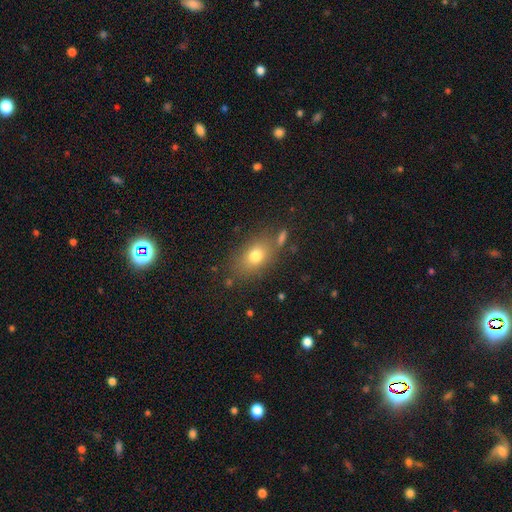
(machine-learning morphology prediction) A smooth galaxy with no disk features (75%) that is in between round and cigar-shaped (75%).

Vote fractions:
- Smooth or featured? smooth: 75% / featured or disk: 13% / star or artifact: 12%
- How rounded? in between: 75% / round: 22% / cigar-shaped: 3%
- Merging? none: 74% / minor disturbance: 14% / merger: 7% / major disturbance: 5%